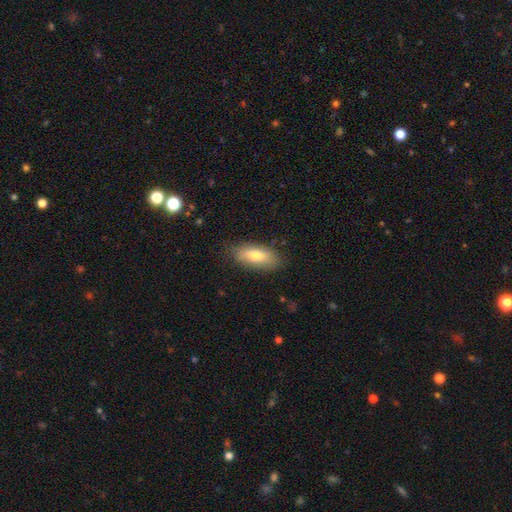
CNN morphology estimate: A smooth galaxy with no disk features (74%) that is in between round and cigar-shaped (79%). Merging: none (83%).